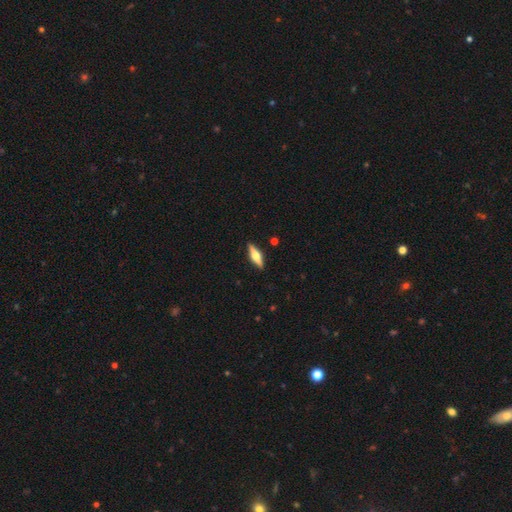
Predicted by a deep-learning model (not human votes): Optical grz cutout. It shows a featured or disk galaxy (59%) viewed edge-on (96%) with a rounded central bulge (92%). Merging: none (89%).